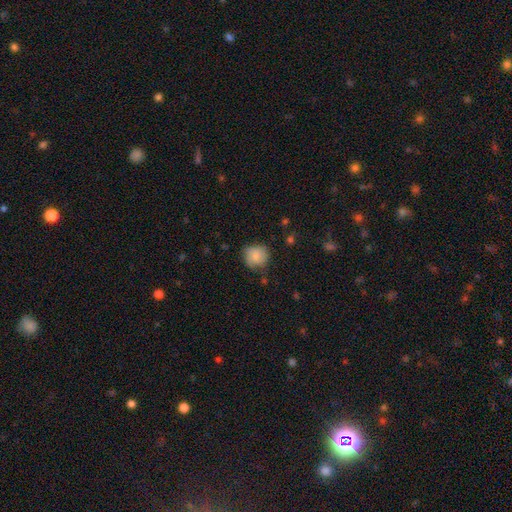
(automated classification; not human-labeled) Q: Smooth or featured?
A: smooth (79%); runner-up: featured or disk (14%)
Q: How rounded?
A: round (83%); runner-up: in between (16%)
Q: Merging?
A: none (68%); runner-up: minor disturbance (24%)